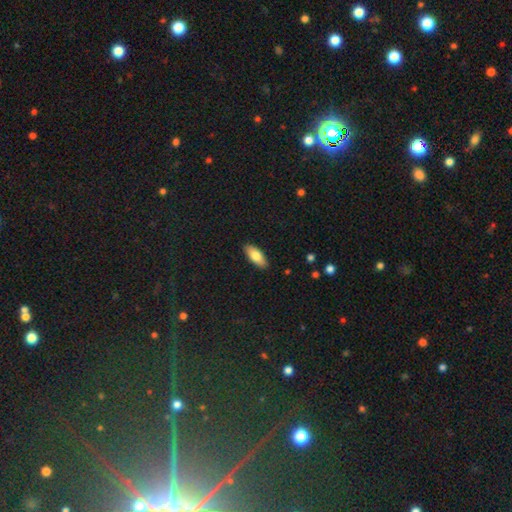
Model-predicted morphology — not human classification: Overall: smooth (78%). How rounded: in between (80%). Merging: none (89%).